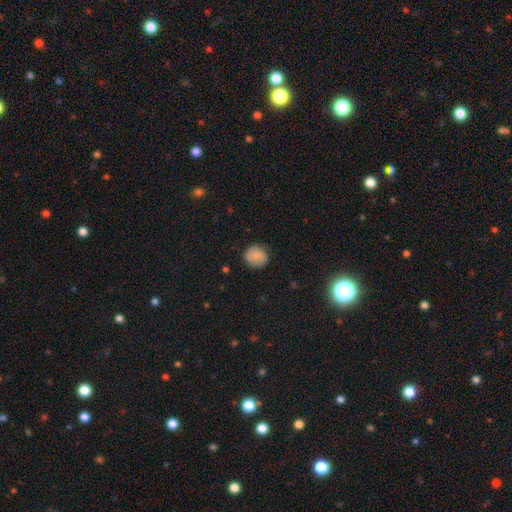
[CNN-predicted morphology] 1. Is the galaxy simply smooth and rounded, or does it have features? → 81% smooth, 10% featured or disk, 9% star or artifact.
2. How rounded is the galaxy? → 88% round, 11% in between, 1% cigar-shaped.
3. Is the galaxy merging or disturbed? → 85% none, 11% minor disturbance, 3% major disturbance, 1% merger.